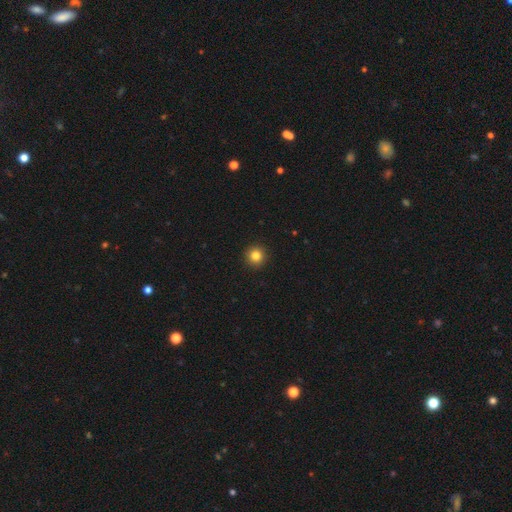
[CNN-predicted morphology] Smooth or featured? smooth (83%)
How rounded? round (95%)
Merging? none (93%)